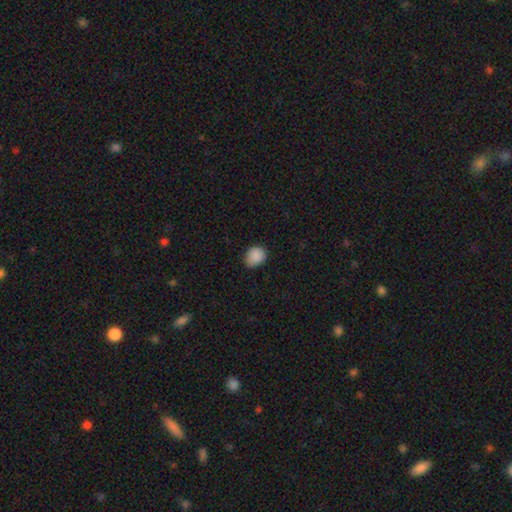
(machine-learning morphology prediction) smooth-or-featured: smooth: 88% | star or artifact: 9% | featured or disk: 4%
  how-rounded: round: 53% | in between: 46% | cigar-shaped: 1%
  merging: none: 73% | minor disturbance: 23% | major disturbance: 3% | merger: 1%